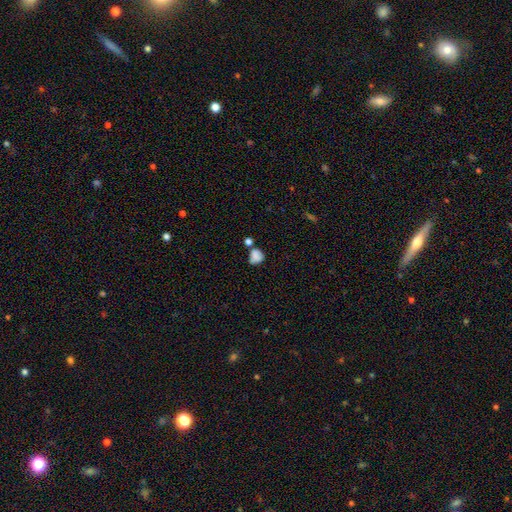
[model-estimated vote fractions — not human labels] Smooth or featured? smooth (79%)
How rounded? round (66%)
Merging? none (46%)